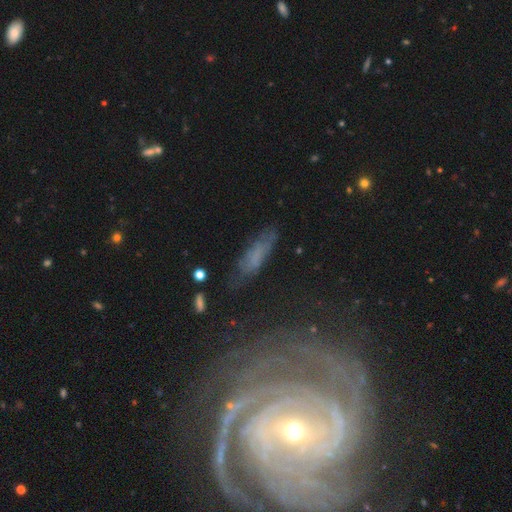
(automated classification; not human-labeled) Smooth or featured: smooth — 48% (featured or disk — 38%)
Merging: none — 70% (minor disturbance — 19%)